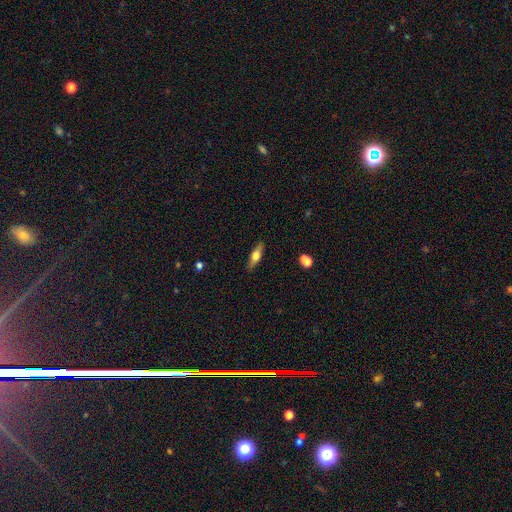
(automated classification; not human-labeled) Morphology: type=smooth (48%); merging=none (88%).